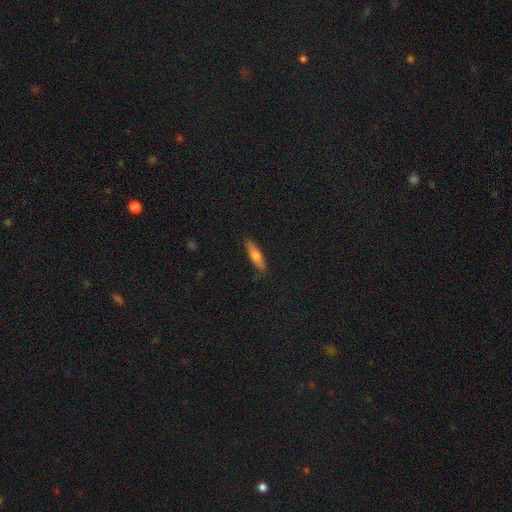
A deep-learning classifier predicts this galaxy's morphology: smooth 64%, featured or disk 30%, star or artifact 6%. Down the decision tree: how rounded — cigar-shaped (72%); merging — none (85%).